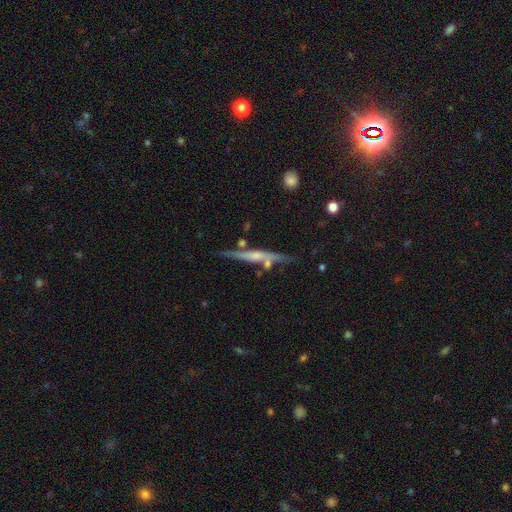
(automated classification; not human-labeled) This is likely a featured or disk galaxy (66%). It is clearly viewed edge-on (95%). Edge-on bulge: possibly rounded (53%). Merging: likely none (76%).